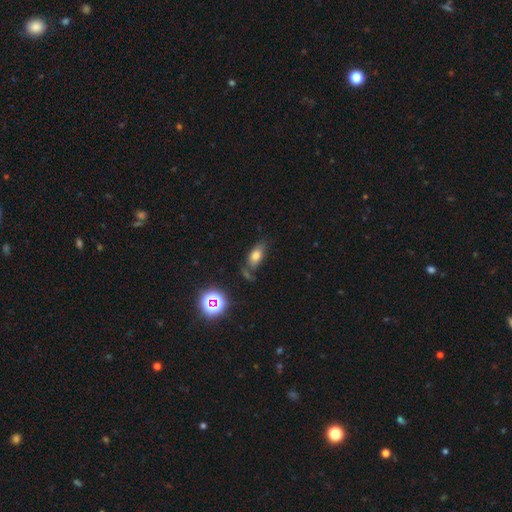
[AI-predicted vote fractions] Morphology: type=smooth (71%); roundness=in between (84%); merging=none (62%).